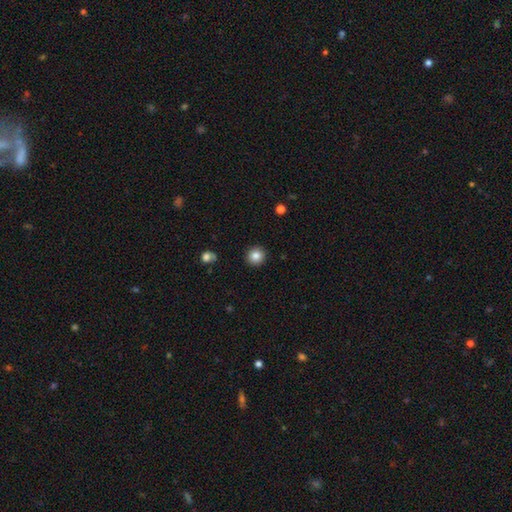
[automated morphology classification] Smooth or featured?
  - smooth: 84% *
  - star or artifact: 10%
  - featured or disk: 6%
How rounded?
  - round: 93% *
  - in between: 6%
  - cigar-shaped: 1%
Merging?
  - none: 92% *
  - minor disturbance: 5%
  - major disturbance: 2%
  - merger: 1%